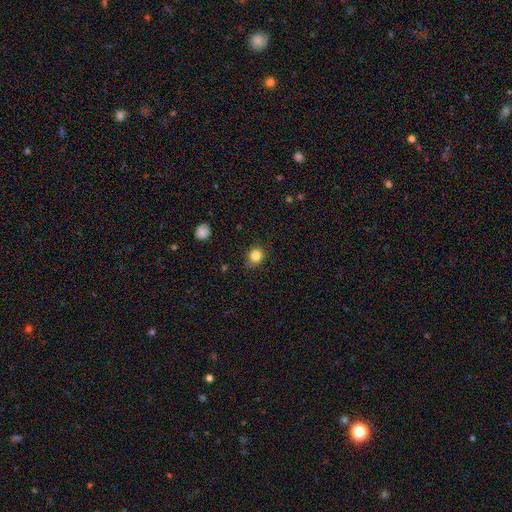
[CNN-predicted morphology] Smooth or featured: smooth — 83% (star or artifact — 11%)
How rounded: round — 79% (in between — 20%)
Merging: none — 81% (minor disturbance — 15%)